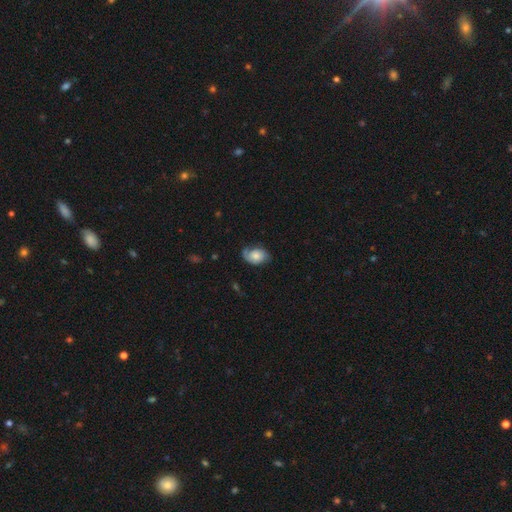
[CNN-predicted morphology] Overall: smooth (52%; featured or disk 40%). How rounded: in between (80%). Merging: none (57%; minor disturbance 29%).